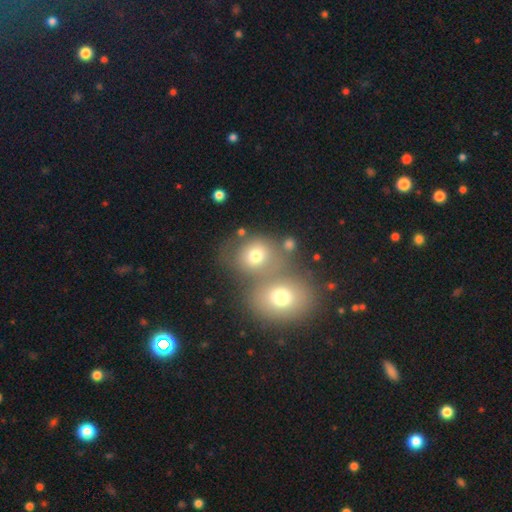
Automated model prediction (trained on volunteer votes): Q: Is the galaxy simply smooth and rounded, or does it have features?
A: smooth — 71%.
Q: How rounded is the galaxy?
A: round — 71%.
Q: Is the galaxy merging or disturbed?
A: merger — 50%.